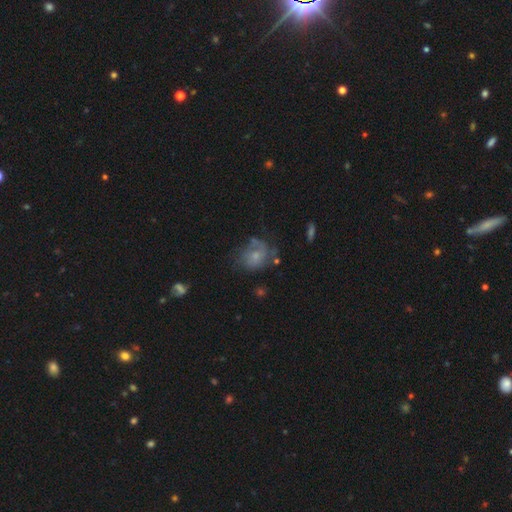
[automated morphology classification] Q: Smooth or featured?
A: smooth (45%); runner-up: featured or disk (44%)
Q: Merging?
A: none (46%); runner-up: minor disturbance (28%)